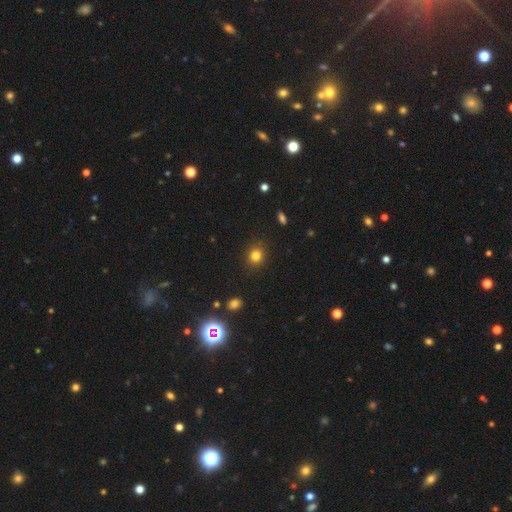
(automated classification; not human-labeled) smooth_or_featured: smooth (p=0.81) [alt: star or artifact p=0.14]
how_rounded: round (p=0.84) [alt: in between p=0.15]
merging: none (p=0.89) [alt: minor disturbance p=0.08]